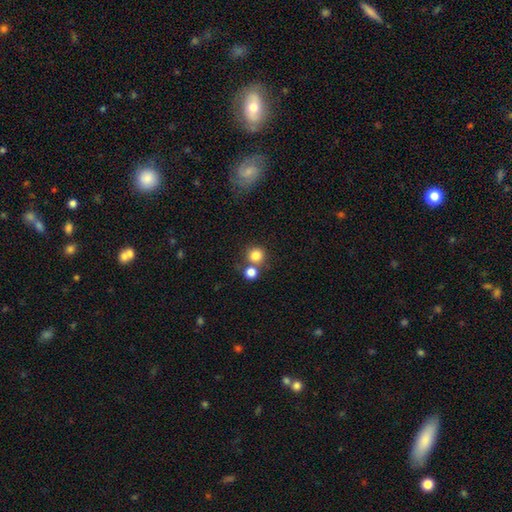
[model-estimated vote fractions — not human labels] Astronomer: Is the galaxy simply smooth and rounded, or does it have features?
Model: smooth — 81%.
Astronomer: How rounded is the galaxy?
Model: round — 91%.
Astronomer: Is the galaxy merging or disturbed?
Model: none — 63%.